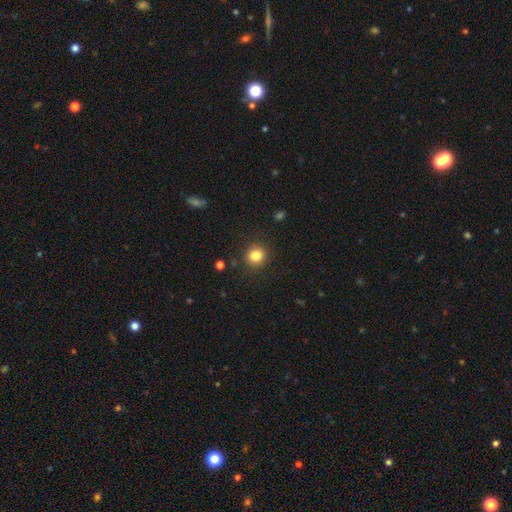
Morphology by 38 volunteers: Overall: smooth (87%). How rounded: round (94%). Merging: none (83%).